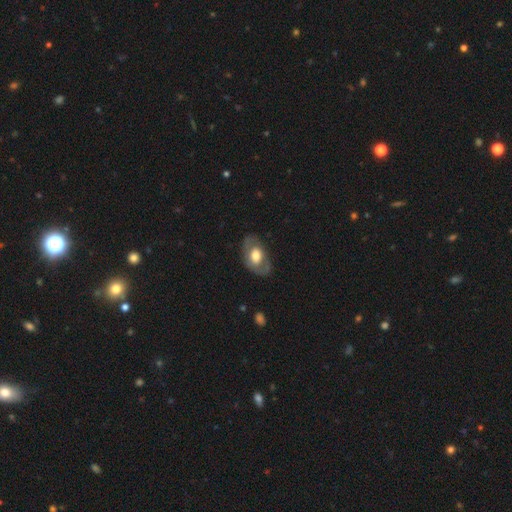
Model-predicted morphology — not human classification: The model was most divided on "smooth or featured": smooth: 48%, featured or disk: 46%, star or artifact: 6%. More confident: merging — none (74%).